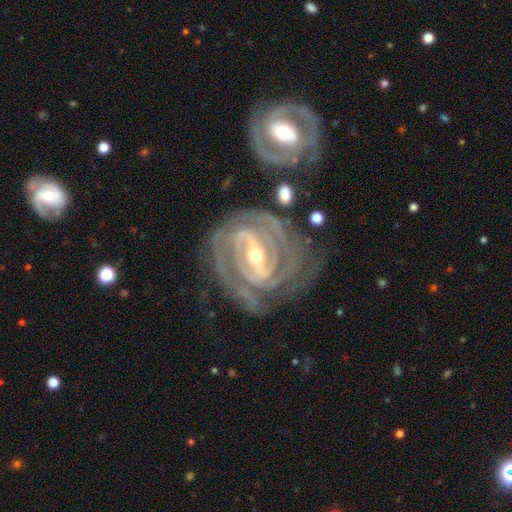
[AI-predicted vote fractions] smooth_or_featured: featured or disk (p=0.92) [alt: star or artifact p=0.04]
disk_edge_on: no (p=0.96) [alt: yes p=0.04]
bar: strong (p=0.70) [alt: weak p=0.23]
has_spiral_arms: yes (p=0.97) [alt: no p=0.03]
spiral_winding: tight (p=0.77) [alt: medium p=0.20]
spiral_arm_count: 2 (p=0.35) [alt: 3 p=0.26]
bulge_size: small (p=0.52) [alt: moderate p=0.44]
merging: none (p=0.70) [alt: minor disturbance p=0.18]